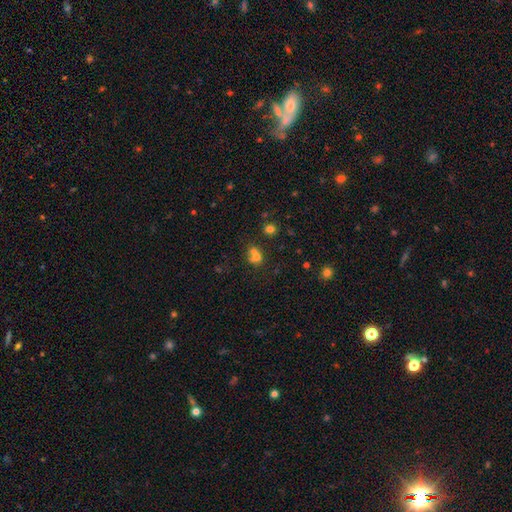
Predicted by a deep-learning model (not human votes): Overall: smooth (61%). How rounded: round (68%; in between 30%). Merging: merger (54%; none 34%).